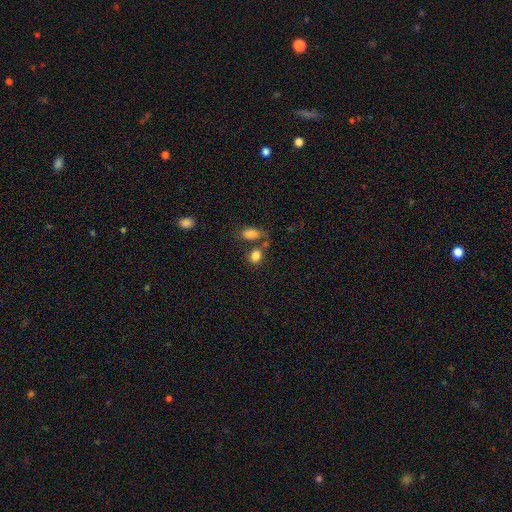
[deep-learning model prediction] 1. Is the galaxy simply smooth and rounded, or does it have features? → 84% smooth, 10% star or artifact, 7% featured or disk.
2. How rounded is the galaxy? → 65% in between, 33% round, 2% cigar-shaped.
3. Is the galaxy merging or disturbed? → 56% none, 25% merger, 14% minor disturbance, 5% major disturbance.